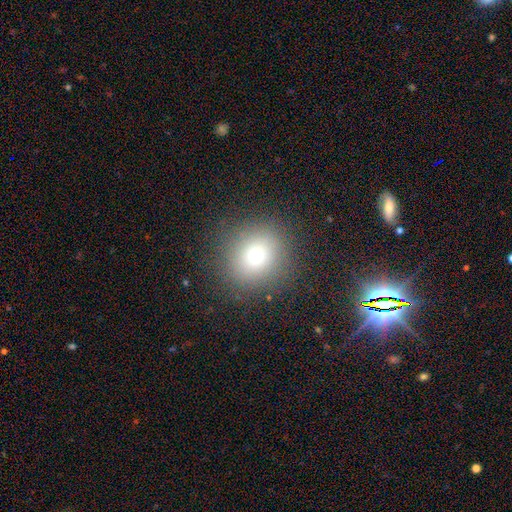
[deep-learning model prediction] A smooth galaxy with no disk features (71%) that is round (89%).

Vote fractions:
- Smooth or featured? smooth: 71% / star or artifact: 17% / featured or disk: 11%
- How rounded? round: 89% / in between: 10% / cigar-shaped: 1%
- Merging? none: 87% / minor disturbance: 8% / major disturbance: 4% / merger: 1%